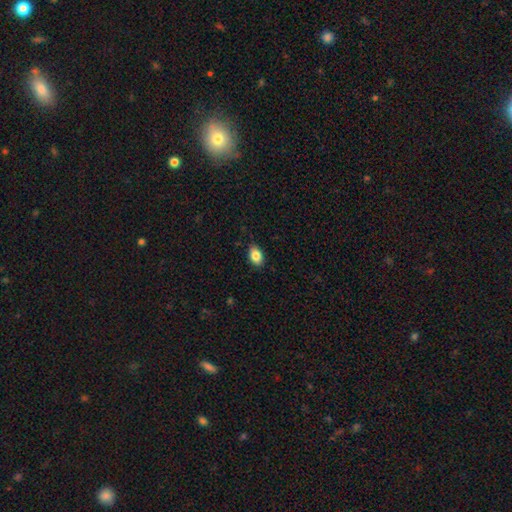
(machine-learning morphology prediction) A smooth galaxy with no disk features (84%) that is in between round and cigar-shaped (87%). Merging: none (85%).